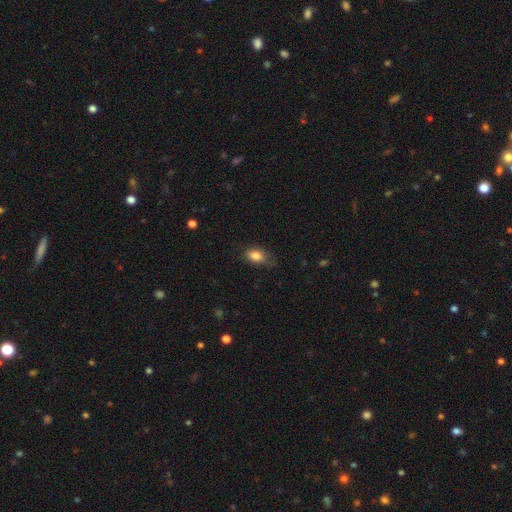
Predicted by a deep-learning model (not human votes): This appears to be a smooth galaxy with no disk features (85%) that is in between round and cigar-shaped (84%). Merging: none (71%).